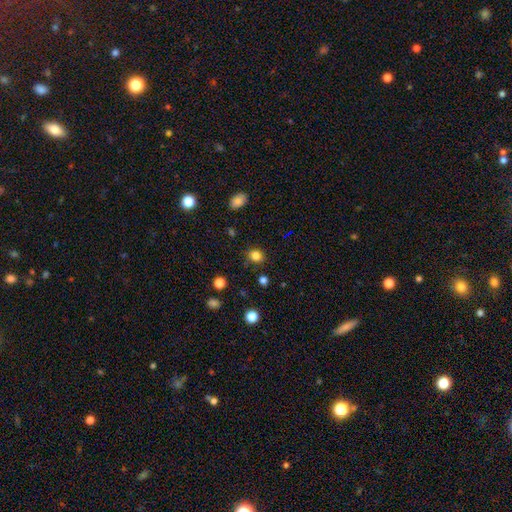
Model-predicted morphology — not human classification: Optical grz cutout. It shows a smooth galaxy with no disk features (82%) that is round (75%). Merging: none (85%).